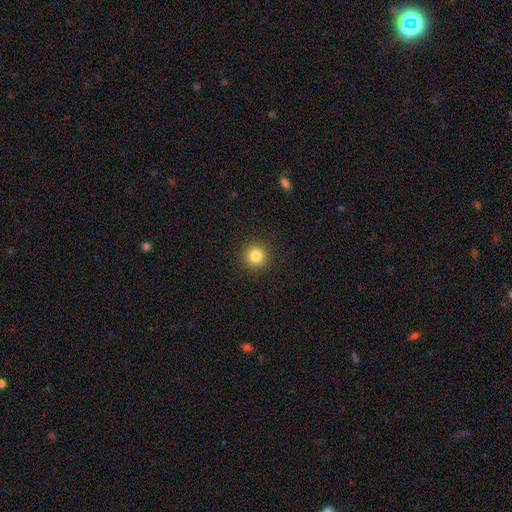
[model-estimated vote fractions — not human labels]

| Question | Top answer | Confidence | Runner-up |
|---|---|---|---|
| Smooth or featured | smooth | 83% | star or artifact (12%) |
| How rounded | round | 95% | in between (4%) |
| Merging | none | 92% | minor disturbance (5%) |